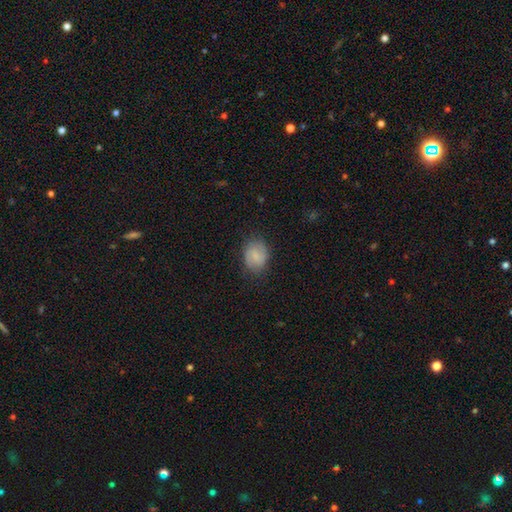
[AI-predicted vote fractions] Smooth or featured?
  - smooth: 67% *
  - featured or disk: 25%
  - star or artifact: 8%
How rounded?
  - in between: 51% *
  - round: 48%
  - cigar-shaped: 1%
Merging?
  - none: 77% *
  - minor disturbance: 17%
  - major disturbance: 5%
  - merger: 1%